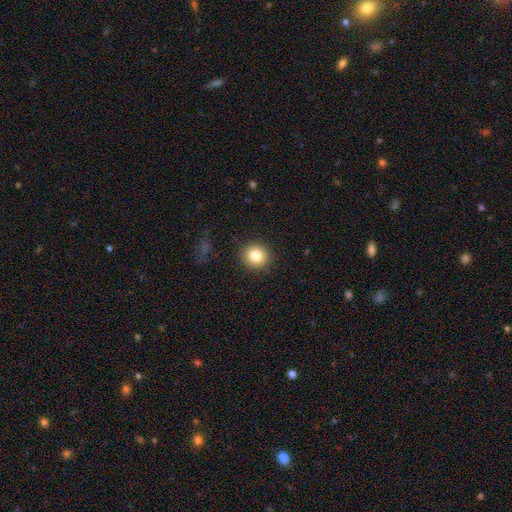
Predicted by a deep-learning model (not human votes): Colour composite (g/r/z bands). It shows a smooth galaxy with no disk features (82%) that is round (89%). Merging: none (91%).